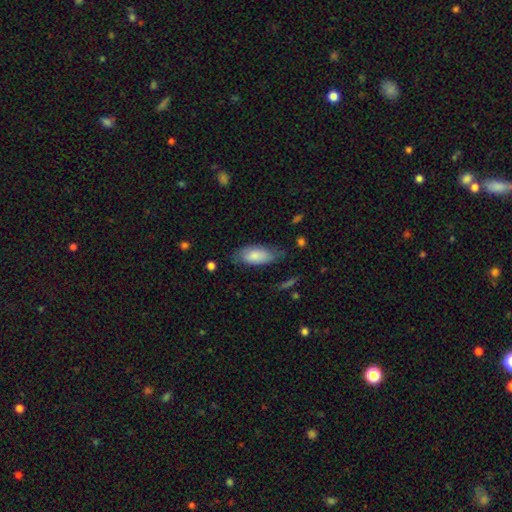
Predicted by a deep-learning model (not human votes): This appears to be a smooth galaxy with no disk features (78%) that is in between round and cigar-shaped (89%). Merging: none (59%).